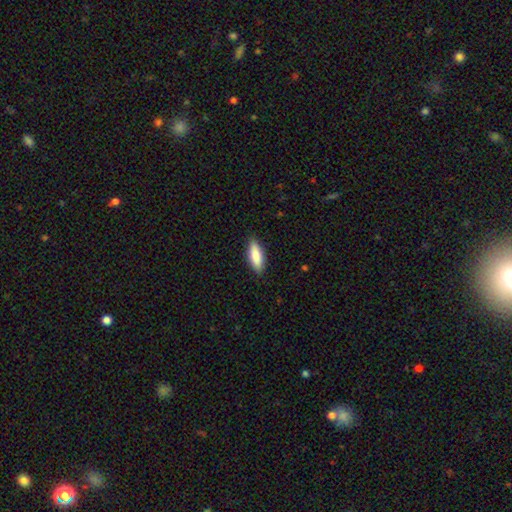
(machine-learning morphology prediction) The model was most divided on "how rounded": in between: 60%, cigar-shaped: 38%, round: 2%. More confident: merging — none (87%); smooth or featured — smooth (82%).